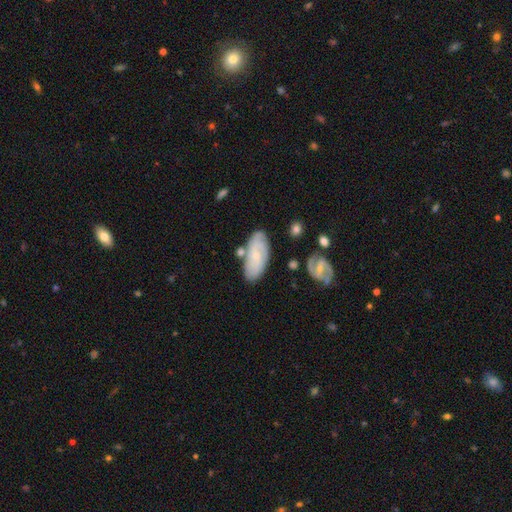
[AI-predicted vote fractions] Q: Smooth or featured?
A: featured or disk (50%); runner-up: smooth (43%)
Q: Edge-on disk?
A: no (90%); runner-up: yes (10%)
Q: Merging?
A: none (70%); runner-up: minor disturbance (18%)